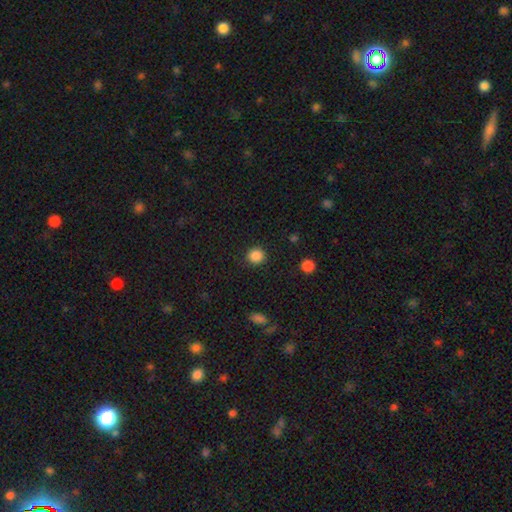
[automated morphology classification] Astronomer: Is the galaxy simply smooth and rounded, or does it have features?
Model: smooth — 87%.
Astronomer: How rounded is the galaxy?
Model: round — 89%.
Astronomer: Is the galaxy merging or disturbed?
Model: none — 89%.